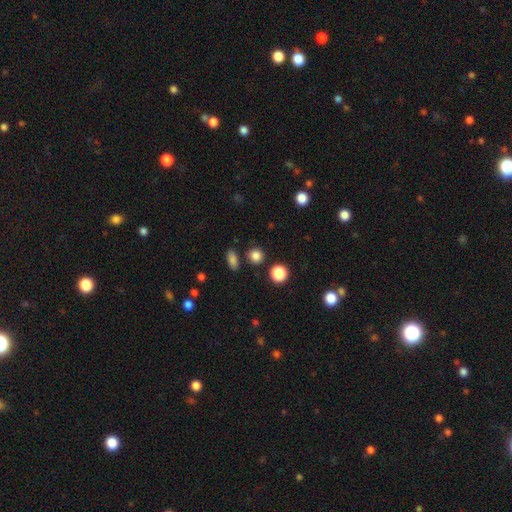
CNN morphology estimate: type=smooth (82%); roundness=round (86%); merging=none (84%).